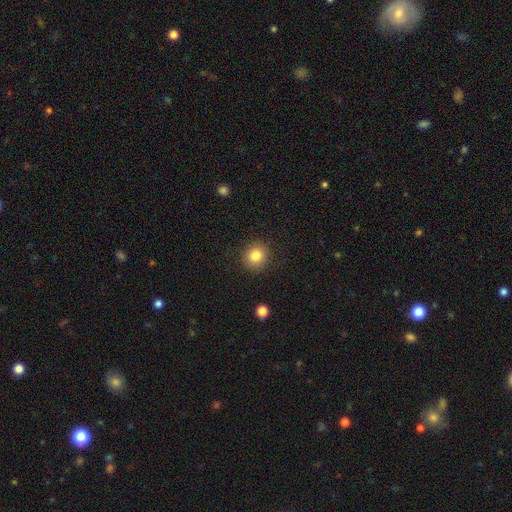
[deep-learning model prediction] smooth-or-featured: smooth: 83% | star or artifact: 10% | featured or disk: 7%
  how-rounded: round: 87% | in between: 12% | cigar-shaped: 1%
  merging: none: 88% | minor disturbance: 8% | major disturbance: 3% | merger: 1%